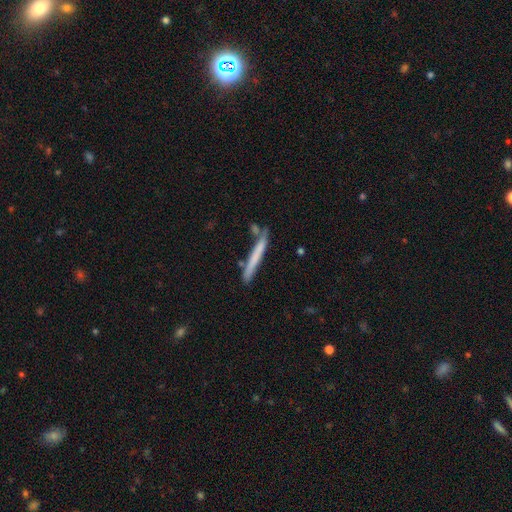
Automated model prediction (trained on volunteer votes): Smooth or featured? smooth (60%)
How rounded? cigar-shaped (96%)
Merging? none (77%)